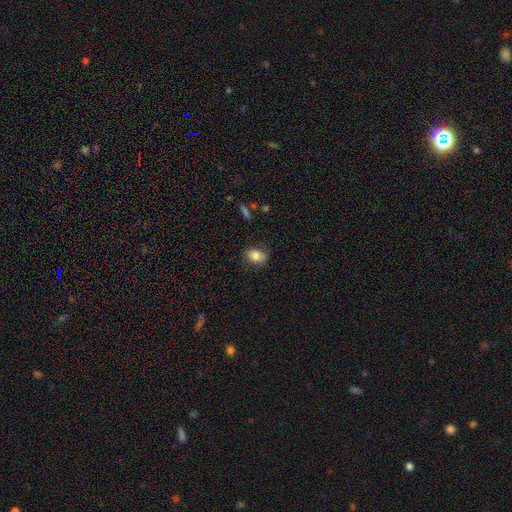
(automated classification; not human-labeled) Q: Smooth or featured?
A: smooth (82%); runner-up: featured or disk (9%)
Q: How rounded?
A: in between (69%); runner-up: round (29%)
Q: Merging?
A: none (81%); runner-up: minor disturbance (14%)